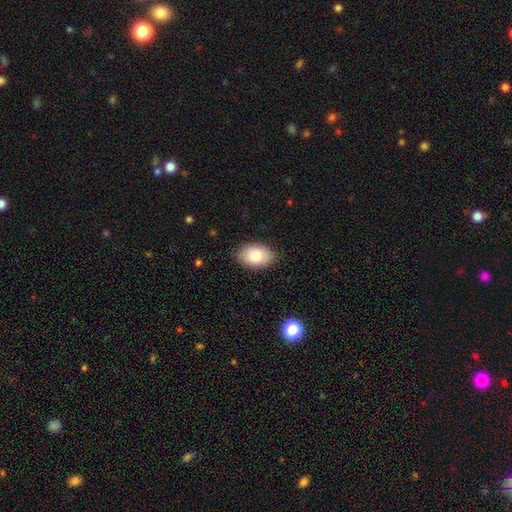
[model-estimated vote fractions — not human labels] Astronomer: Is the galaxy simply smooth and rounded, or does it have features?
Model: smooth — 84%.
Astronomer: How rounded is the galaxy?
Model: in between — 92%.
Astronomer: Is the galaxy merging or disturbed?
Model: none — 86%.